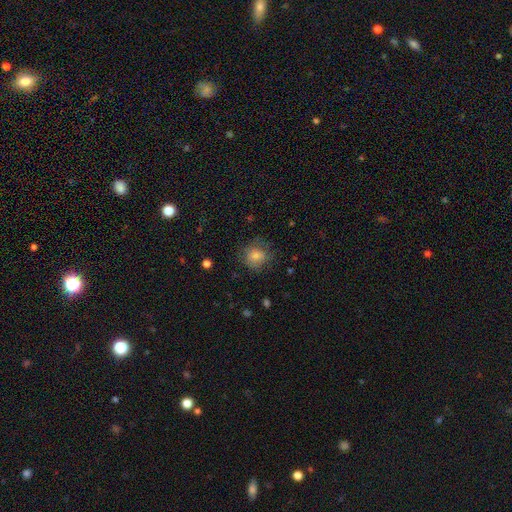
Smooth or featured: smooth — 64% (featured or disk — 26%)
How rounded: round — 100%
Merging: none — 86% (minor disturbance — 9%)